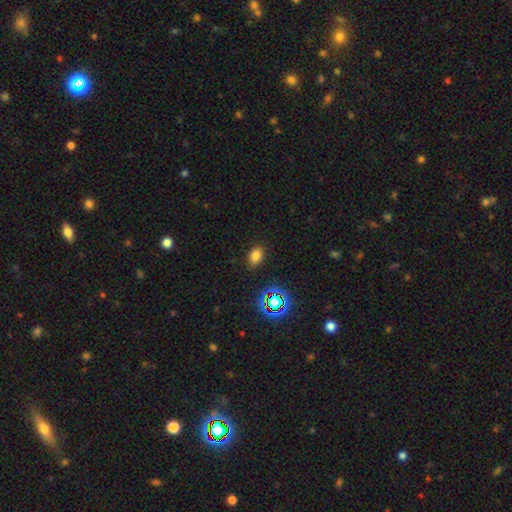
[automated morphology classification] Smooth or featured: smooth — 75% (star or artifact — 19%)
How rounded: in between — 82% (round — 17%)
Merging: none — 86% (minor disturbance — 10%)